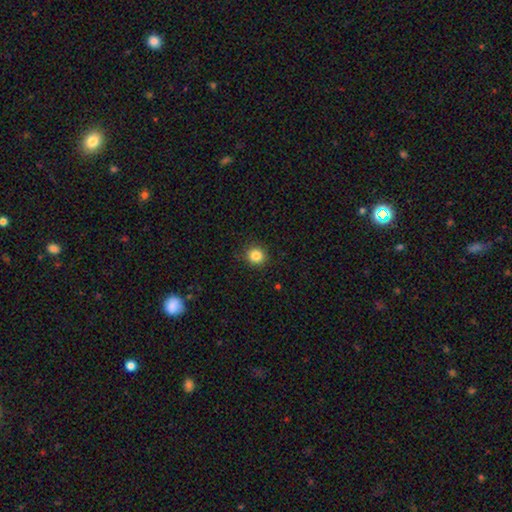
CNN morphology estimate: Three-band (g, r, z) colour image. It shows a smooth galaxy with no disk features (84%) that is round (91%). Merging: none (90%).